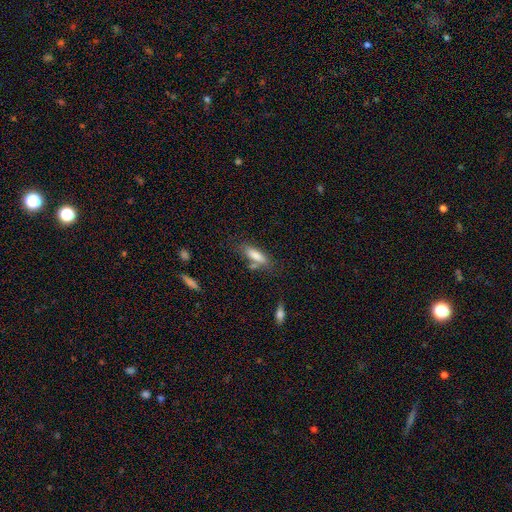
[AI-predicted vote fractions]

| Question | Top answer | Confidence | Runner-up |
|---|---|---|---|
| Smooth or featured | smooth | 79% | featured or disk (13%) |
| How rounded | in between | 52% | cigar-shaped (46%) |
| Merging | none | 66% | minor disturbance (18%) |